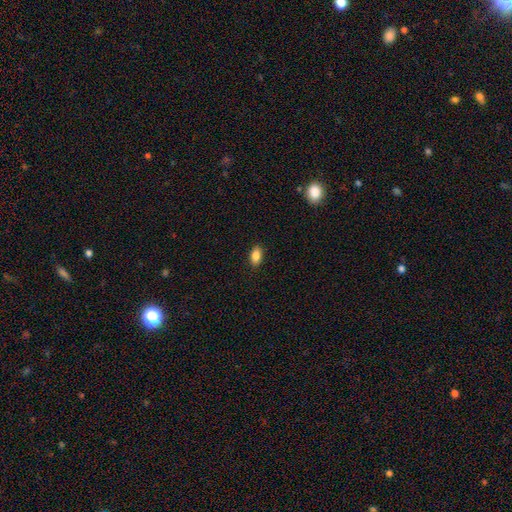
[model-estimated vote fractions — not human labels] smooth_or_featured: smooth (p=0.86) [alt: star or artifact p=0.08]
how_rounded: in between (p=0.89) [alt: round p=0.07]
merging: none (p=0.89) [alt: minor disturbance p=0.08]